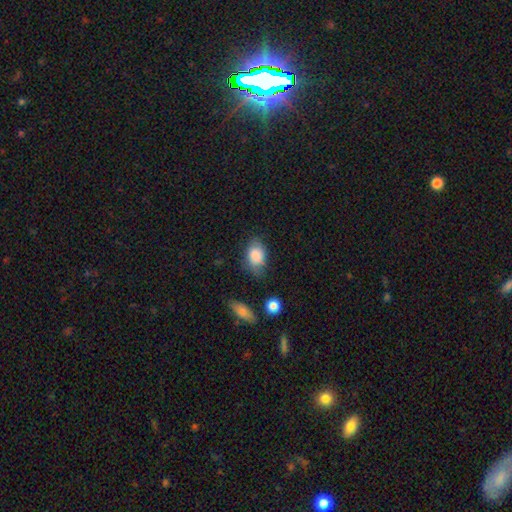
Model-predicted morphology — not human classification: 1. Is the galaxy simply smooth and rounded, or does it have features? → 82% smooth, 10% featured or disk, 8% star or artifact.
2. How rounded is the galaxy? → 82% in between, 16% round, 2% cigar-shaped.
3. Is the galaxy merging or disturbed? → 60% none, 28% minor disturbance, 8% major disturbance, 4% merger.